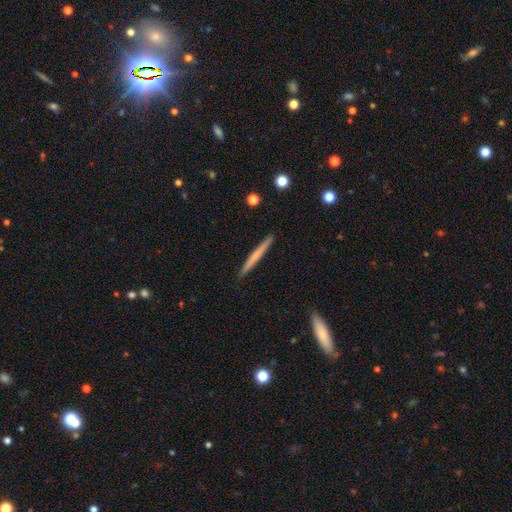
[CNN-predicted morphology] Overall: smooth (54%; featured or disk 40%). How rounded: cigar-shaped (97%). Merging: none (92%).